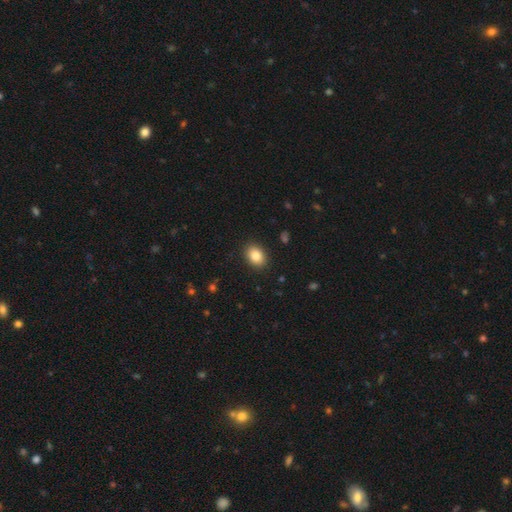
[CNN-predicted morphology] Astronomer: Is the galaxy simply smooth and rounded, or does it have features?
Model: smooth — 85%.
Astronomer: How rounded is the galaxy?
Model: in between — 71%.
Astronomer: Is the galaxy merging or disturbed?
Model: none — 89%.